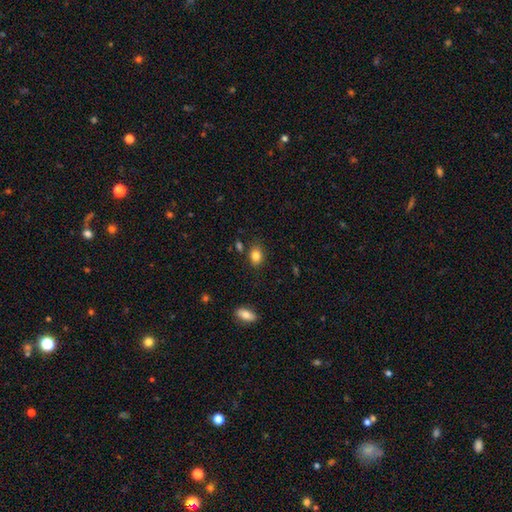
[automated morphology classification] This is clearly a smooth galaxy (83%). How rounded: likely in between (64%). Merging: likely none (78%).